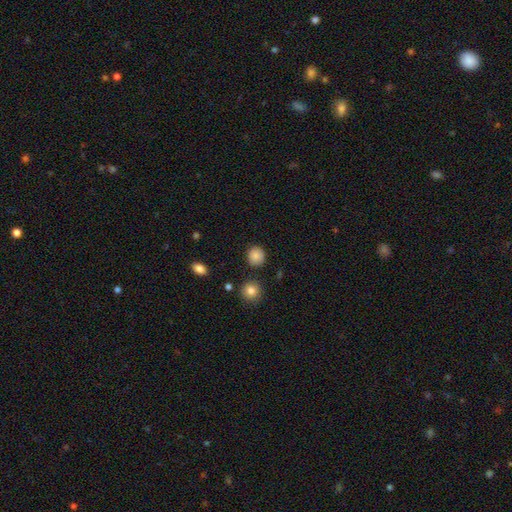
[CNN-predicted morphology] Smooth or featured?
  - smooth: 86% *
  - star or artifact: 10%
  - featured or disk: 4%
How rounded?
  - round: 88% *
  - in between: 11%
  - cigar-shaped: 1%
Merging?
  - none: 87% *
  - minor disturbance: 9%
  - major disturbance: 3%
  - merger: 2%